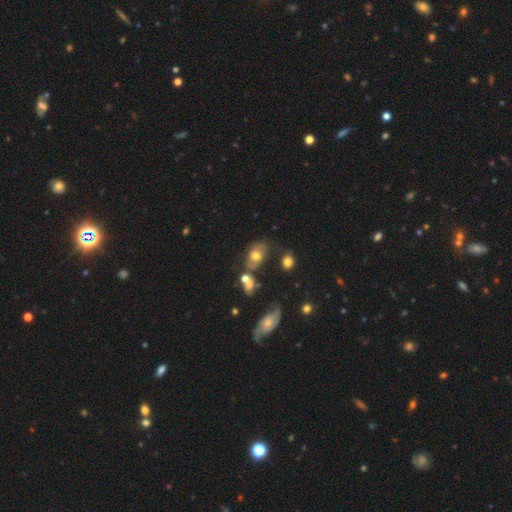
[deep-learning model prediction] Smooth or featured?
  - smooth: 56% *
  - featured or disk: 32%
  - star or artifact: 12%
How rounded?
  - in between: 83% *
  - round: 15%
  - cigar-shaped: 2%
Merging?
  - none: 44% *
  - minor disturbance: 25%
  - merger: 17%
  - major disturbance: 14%